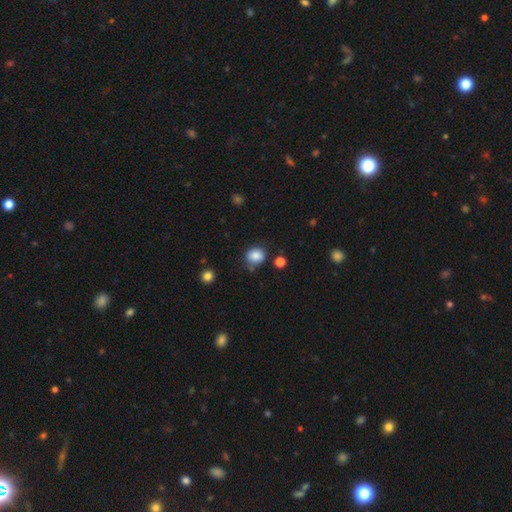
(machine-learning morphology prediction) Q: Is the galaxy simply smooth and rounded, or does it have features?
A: smooth — 85%.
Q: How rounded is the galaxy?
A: round — 71%.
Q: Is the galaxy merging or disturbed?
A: none — 76%.